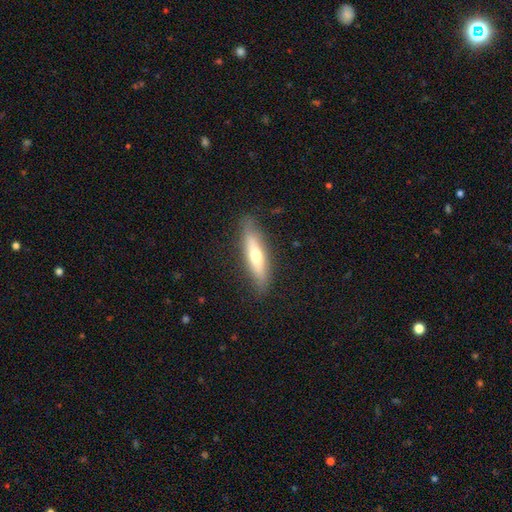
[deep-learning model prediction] smooth 54%, featured or disk 39%, star or artifact 6%. Down the decision tree: how rounded — cigar-shaped (71%); merging — none (84%).